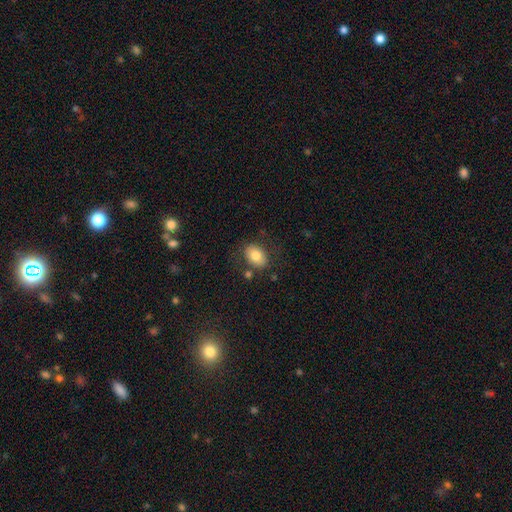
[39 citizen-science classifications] Volunteers were most divided on "merging": none: 68%, minor disturbance: 13%, merger: 13%, major disturbance: 5%. More confident: how rounded — in between (85%); smooth or featured — smooth (85%).